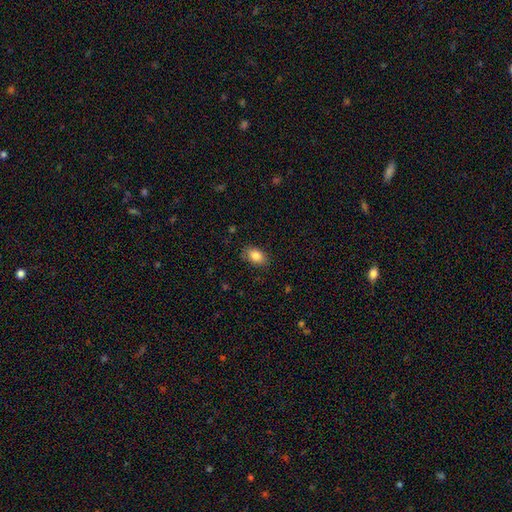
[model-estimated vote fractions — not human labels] A smooth galaxy with no disk features (86%) that is in between round and cigar-shaped (88%). Merging: none (84%).